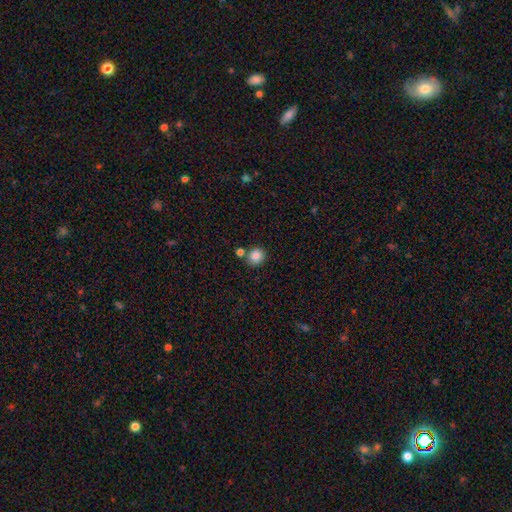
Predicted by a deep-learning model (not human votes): Smooth or featured: smooth — 85% (star or artifact — 10%)
How rounded: round — 83% (in between — 16%)
Merging: none — 75% (merger — 14%)